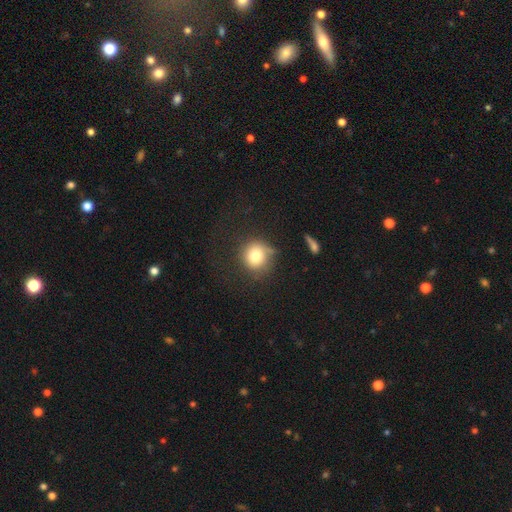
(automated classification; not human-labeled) Smooth or featured? smooth (79%)
How rounded? round (90%)
Merging? none (69%)